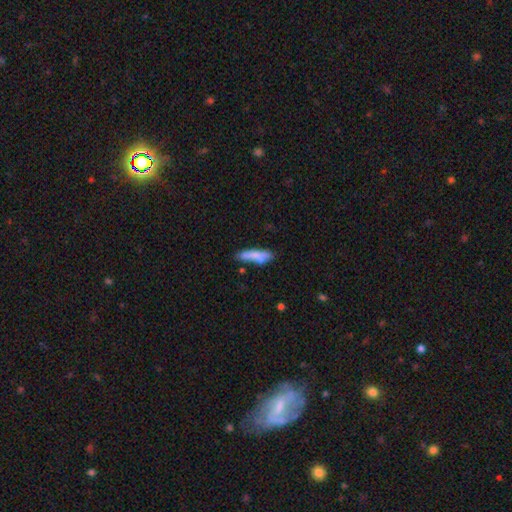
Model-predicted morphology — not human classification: smooth_or_featured: smooth (p=0.76) [alt: featured or disk p=0.17]
how_rounded: cigar-shaped (p=0.74) [alt: in between p=0.24]
merging: none (p=0.58) [alt: minor disturbance p=0.23]